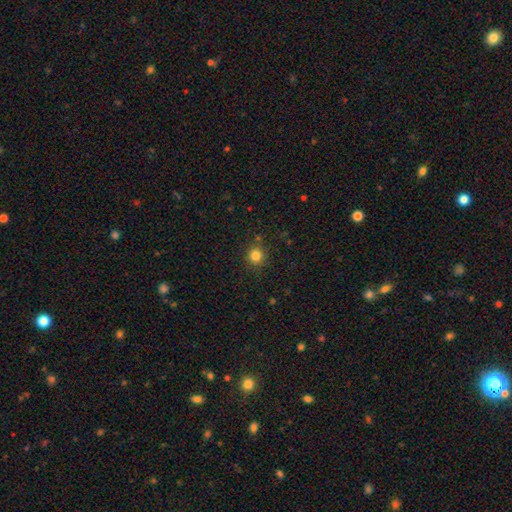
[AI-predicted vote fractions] Smooth or featured: smooth — 82% (star or artifact — 13%)
How rounded: round — 93% (in between — 6%)
Merging: none — 88% (minor disturbance — 8%)